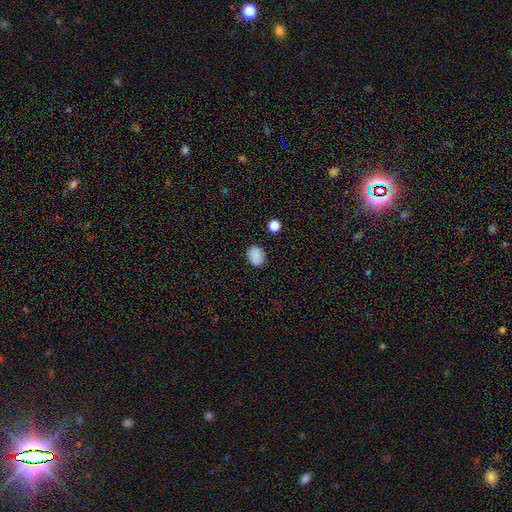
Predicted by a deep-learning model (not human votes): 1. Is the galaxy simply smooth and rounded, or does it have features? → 87% smooth, 10% star or artifact, 3% featured or disk.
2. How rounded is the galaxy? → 50% round, 49% in between, 1% cigar-shaped.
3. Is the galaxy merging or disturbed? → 87% none, 9% minor disturbance, 2% major disturbance, 2% merger.